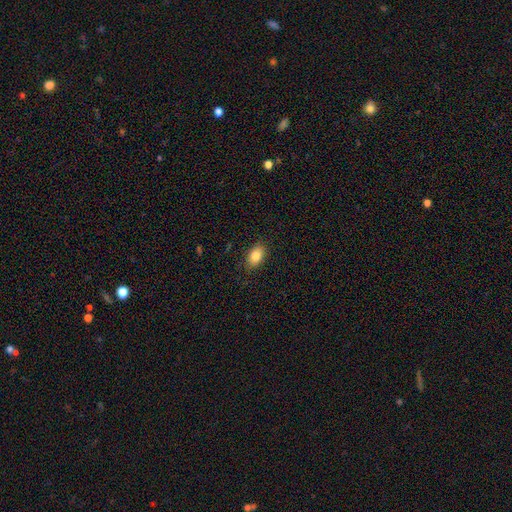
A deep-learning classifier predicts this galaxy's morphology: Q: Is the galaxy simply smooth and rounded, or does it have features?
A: smooth — 85%.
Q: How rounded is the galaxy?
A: in between — 90%.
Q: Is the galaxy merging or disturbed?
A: none — 86%.